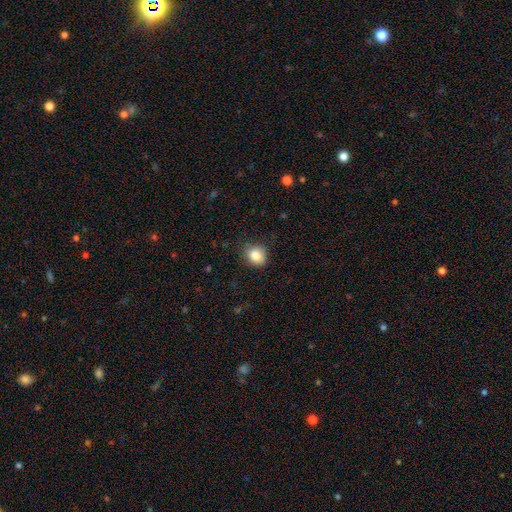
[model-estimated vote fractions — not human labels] Smooth or featured? Predicted: smooth (p=0.85). How rounded? Predicted: round (p=0.75). Merging? Predicted: none (p=0.81).